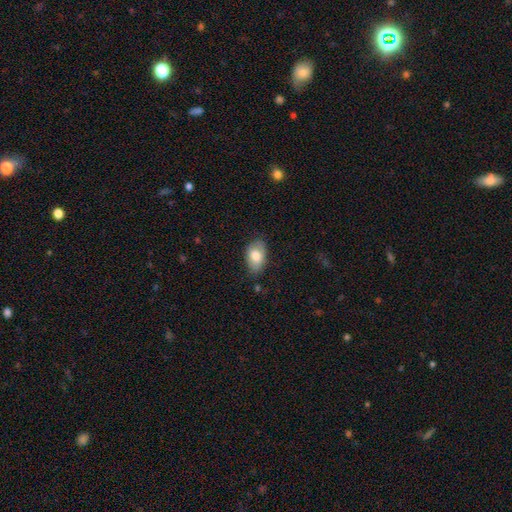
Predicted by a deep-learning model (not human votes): smooth-or-featured: smooth: 77% | featured or disk: 17% | star or artifact: 7%
  how-rounded: in between: 92% | round: 7% | cigar-shaped: 1%
  merging: none: 68% | minor disturbance: 25% | major disturbance: 5% | merger: 2%